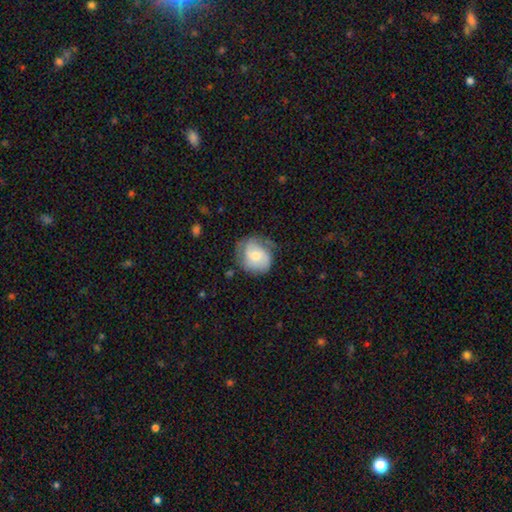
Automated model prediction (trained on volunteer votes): smooth 50%, featured or disk 43%, star or artifact 7%. Down the decision tree: how rounded — round (68%); merging — none (53%).